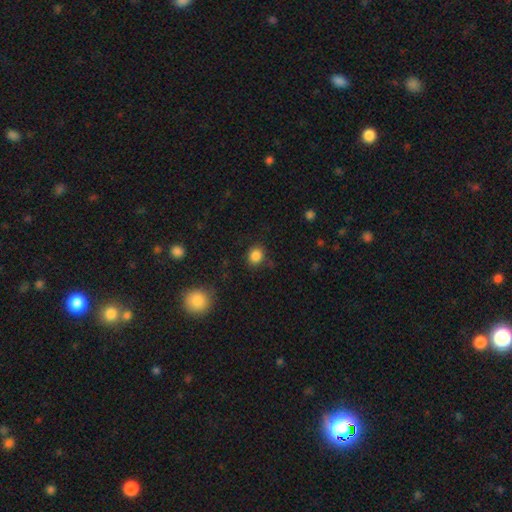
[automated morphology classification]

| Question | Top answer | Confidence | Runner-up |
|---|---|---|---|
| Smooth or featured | smooth | 84% | star or artifact (11%) |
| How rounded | round | 67% | in between (32%) |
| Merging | none | 82% | minor disturbance (12%) |